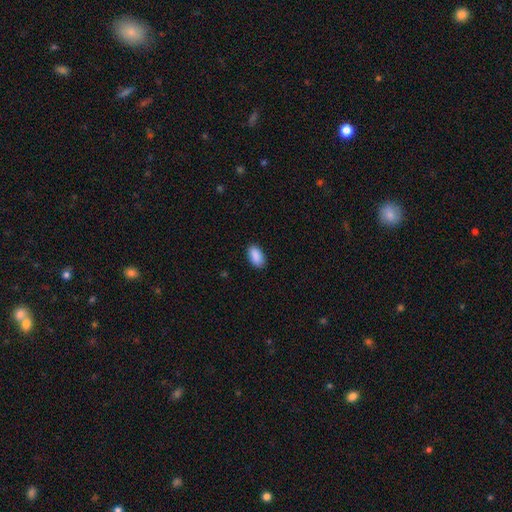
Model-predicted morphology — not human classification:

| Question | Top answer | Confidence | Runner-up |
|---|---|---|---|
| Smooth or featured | smooth | 90% | star or artifact (7%) |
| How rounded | in between | 94% | round (4%) |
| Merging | none | 87% | minor disturbance (10%) |